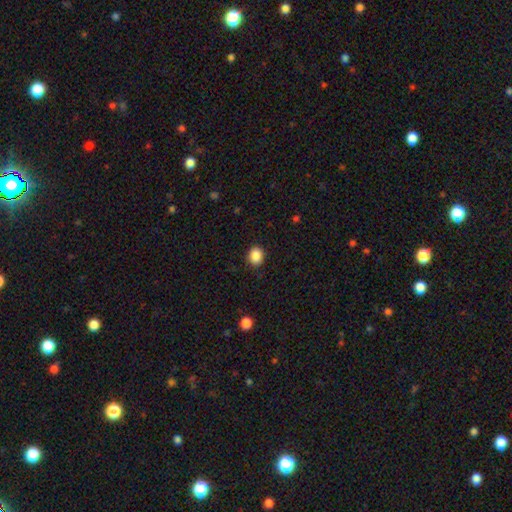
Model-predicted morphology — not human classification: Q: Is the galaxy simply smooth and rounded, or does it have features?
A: smooth — 88%.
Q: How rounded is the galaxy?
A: round — 54%.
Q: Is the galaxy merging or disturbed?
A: none — 88%.